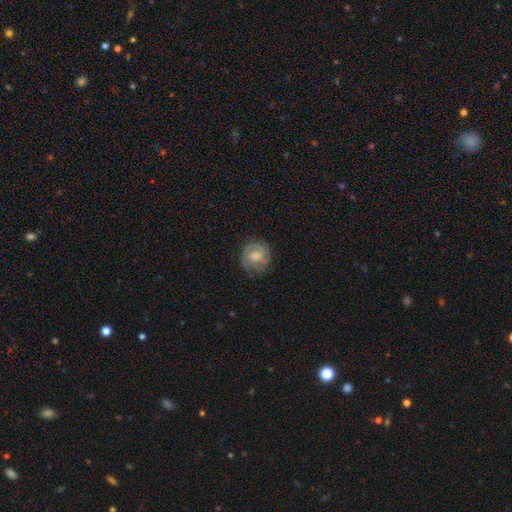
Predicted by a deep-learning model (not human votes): smooth-or-featured: featured or disk: 58% | smooth: 35% | star or artifact: 7%
  disk-edge-on: no: 97% | yes: 3%
    bar: no: 67% | weak: 29% | strong: 5%
    has-spiral-arms: yes: 85% | no: 15%
    bulge-size: moderate: 47% | small: 24% | large: 17% | none: 10% | dominant: 2%
  merging: none: 74% | minor disturbance: 17% | major disturbance: 7% | merger: 1%